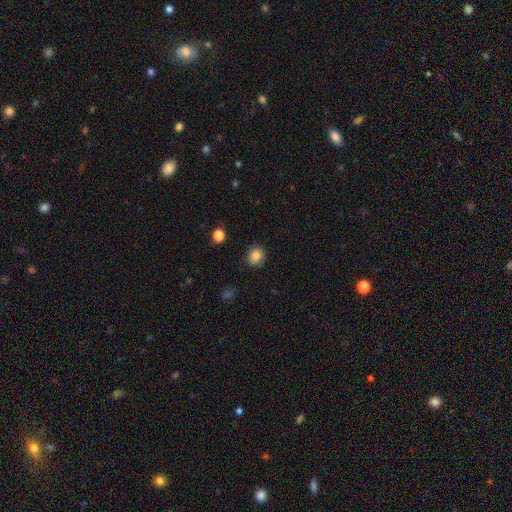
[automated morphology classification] smooth-or-featured: smooth: 85% | star or artifact: 10% | featured or disk: 5%
  how-rounded: round: 73% | in between: 26% | cigar-shaped: 1%
  merging: none: 87% | minor disturbance: 9% | major disturbance: 2% | merger: 1%